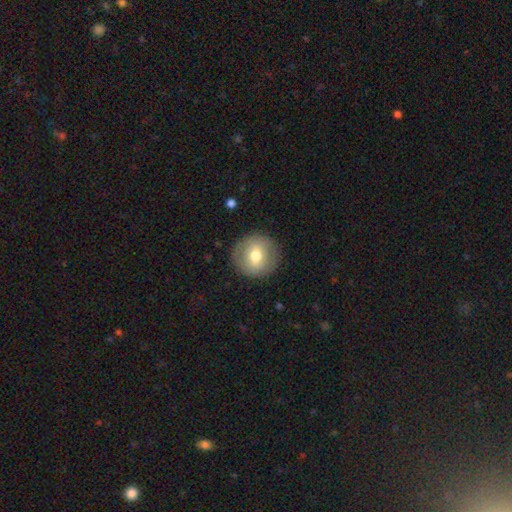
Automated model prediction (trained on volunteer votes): The model was most divided on "smooth or featured": smooth: 63%, featured or disk: 29%, star or artifact: 8%. More confident: how rounded — round (93%); merging — none (88%).